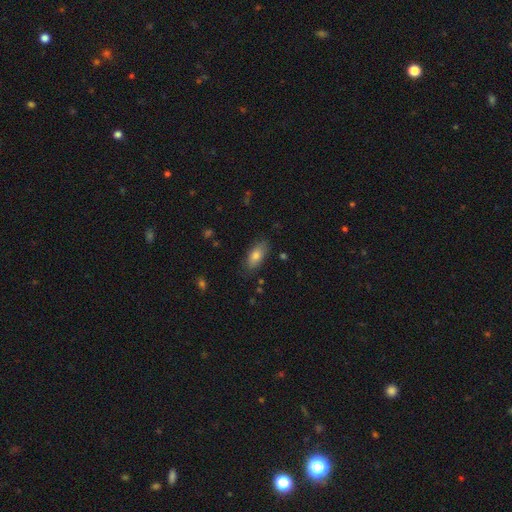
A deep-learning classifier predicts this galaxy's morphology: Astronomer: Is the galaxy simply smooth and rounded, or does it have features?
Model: smooth — 79%.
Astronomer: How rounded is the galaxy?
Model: in between — 88%.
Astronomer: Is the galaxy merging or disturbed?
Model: none — 79%.